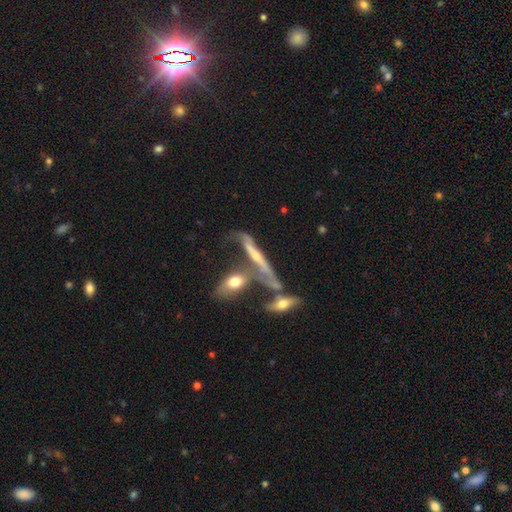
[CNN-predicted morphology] smooth_or_featured: featured or disk (p=0.65) [alt: smooth p=0.26]
disk_edge_on: yes (p=0.69) [alt: no p=0.31]
merging: merger (p=0.37) [alt: none p=0.30]